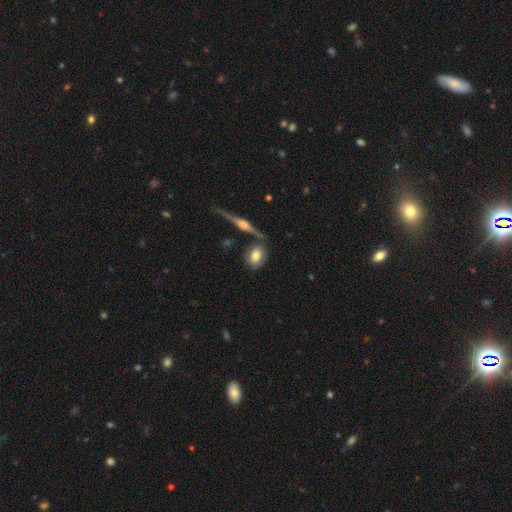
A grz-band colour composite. It shows a smooth galaxy with no disk features (67%) that is in between round and cigar-shaped (65%). Merging: none (61%).